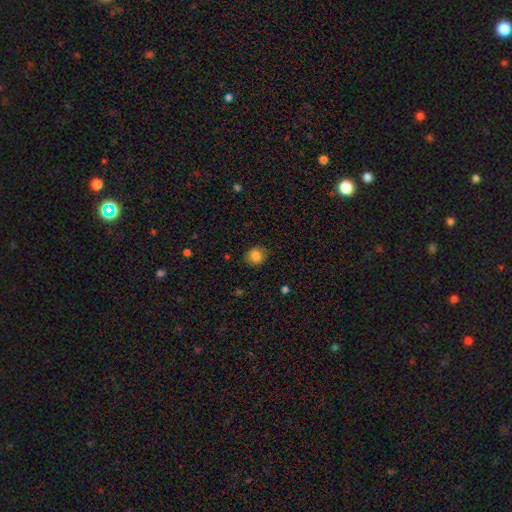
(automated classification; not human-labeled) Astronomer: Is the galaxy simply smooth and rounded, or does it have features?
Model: smooth — 84%.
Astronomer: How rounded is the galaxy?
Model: round — 88%.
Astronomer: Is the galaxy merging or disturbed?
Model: none — 87%.